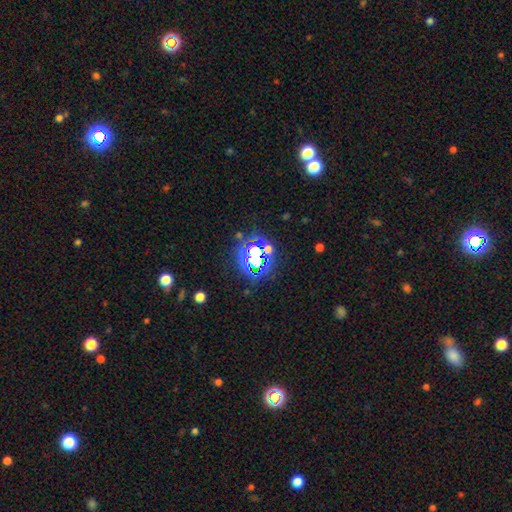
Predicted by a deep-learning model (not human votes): The model was most divided on "smooth or featured": star or artifact: 71%, smooth: 18%, featured or disk: 11%.